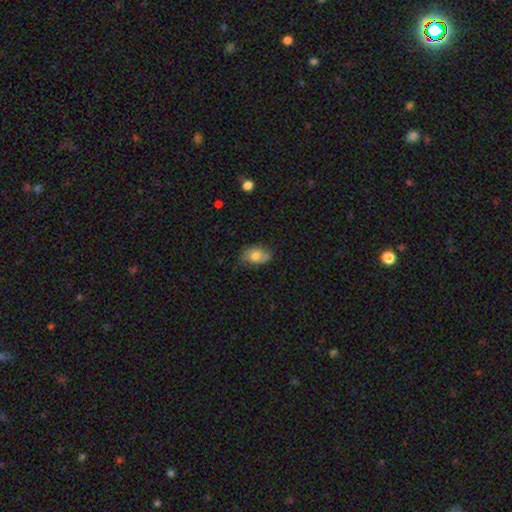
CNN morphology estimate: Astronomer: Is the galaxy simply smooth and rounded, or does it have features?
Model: smooth — 74%.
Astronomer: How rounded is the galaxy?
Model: in between — 84%.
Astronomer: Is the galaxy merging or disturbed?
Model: none — 68%.